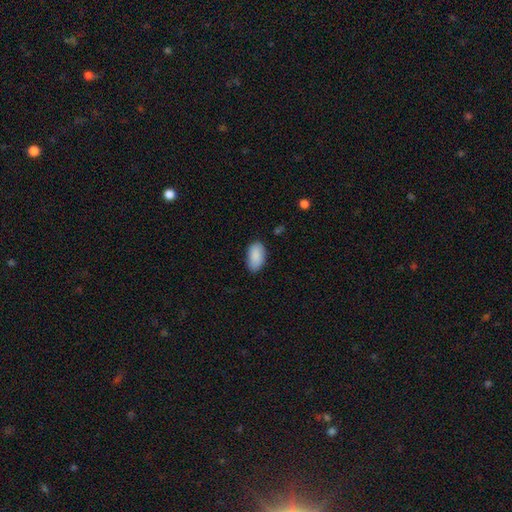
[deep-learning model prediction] A smooth galaxy with no disk features (90%) that is in between round and cigar-shaped (95%). Merging: none (83%).